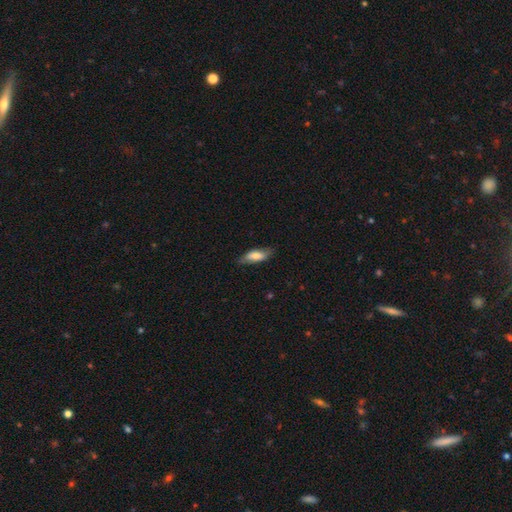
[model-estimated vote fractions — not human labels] smooth-or-featured: smooth: 66% | featured or disk: 28% | star or artifact: 6%
  how-rounded: in between: 69% | cigar-shaped: 28% | round: 3%
  merging: none: 76% | minor disturbance: 19% | major disturbance: 4% | merger: 1%